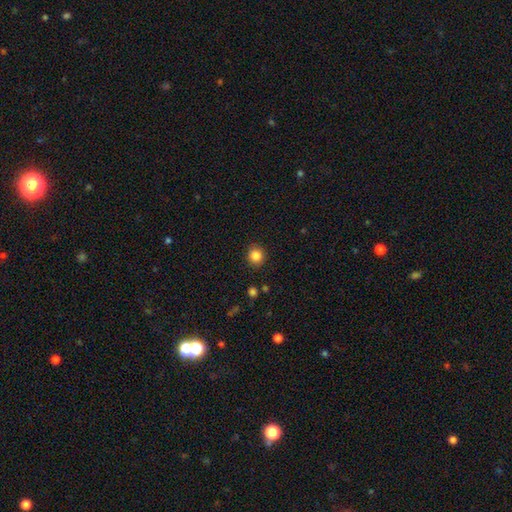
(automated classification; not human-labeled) This is clearly a smooth galaxy (85%). How rounded: clearly round (87%). Merging: clearly none (90%).